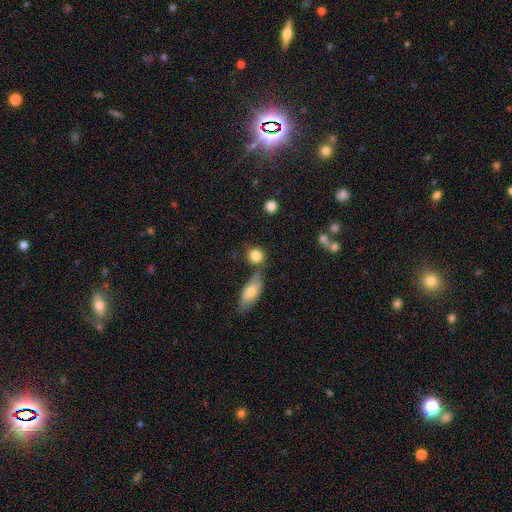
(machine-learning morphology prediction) A smooth galaxy with no disk features (84%) that is round (78%).

Vote fractions:
- Smooth or featured? smooth: 84% / star or artifact: 9% / featured or disk: 8%
- How rounded? round: 78% / in between: 20% / cigar-shaped: 2%
- Merging? none: 64% / merger: 19% / minor disturbance: 12% / major disturbance: 4%